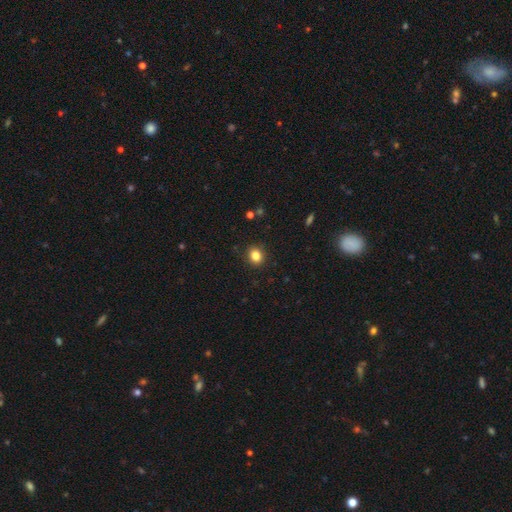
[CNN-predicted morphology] smooth_or_featured: smooth (p=0.83) [alt: star or artifact p=0.11]
how_rounded: round (p=0.66) [alt: in between p=0.33]
merging: none (p=0.90) [alt: minor disturbance p=0.07]